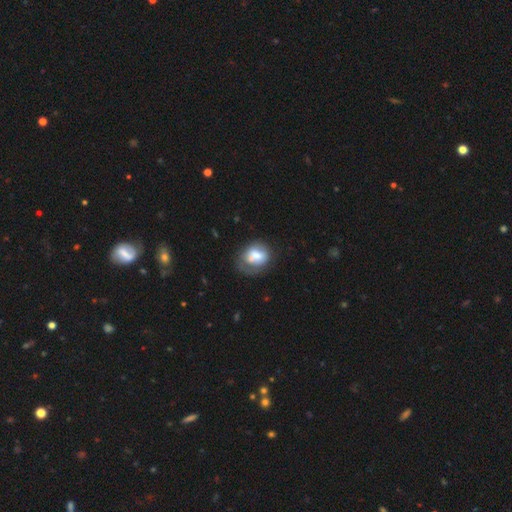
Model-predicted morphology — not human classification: smooth-or-featured: smooth: 62% | featured or disk: 30% | star or artifact: 8%
  how-rounded: in between: 49% (tied) | round: 49% (tied) | cigar-shaped: 1%
  merging: none: 42% | minor disturbance: 27% | major disturbance: 17% | merger: 14%